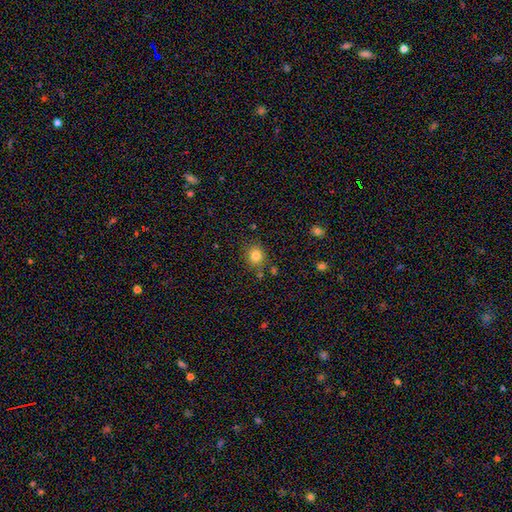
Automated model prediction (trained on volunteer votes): Morphology: type=smooth (81%); roundness=round (76%); merging=none (80%).